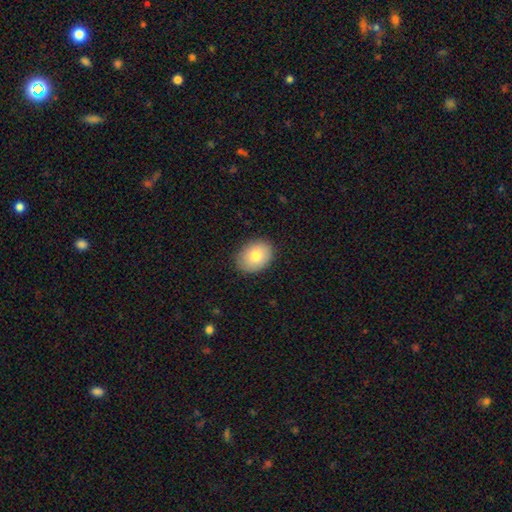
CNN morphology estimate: Overall: smooth (80%). How rounded: in between (69%; round 30%). Merging: none (87%).